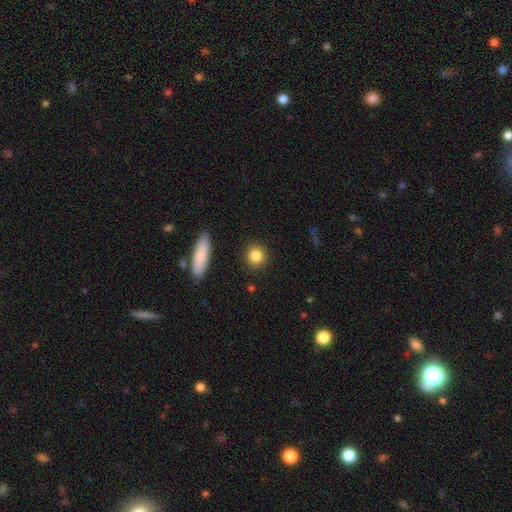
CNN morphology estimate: type=smooth (85%); roundness=round (87%); merging=none (90%).